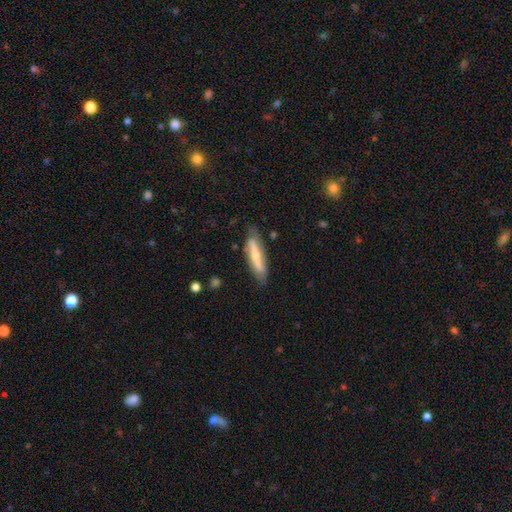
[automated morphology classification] smooth_or_featured: featured or disk (p=0.51) [alt: smooth p=0.43]
disk_edge_on: yes (p=0.55) [alt: no p=0.45]
merging: none (p=0.77) [alt: minor disturbance p=0.17]